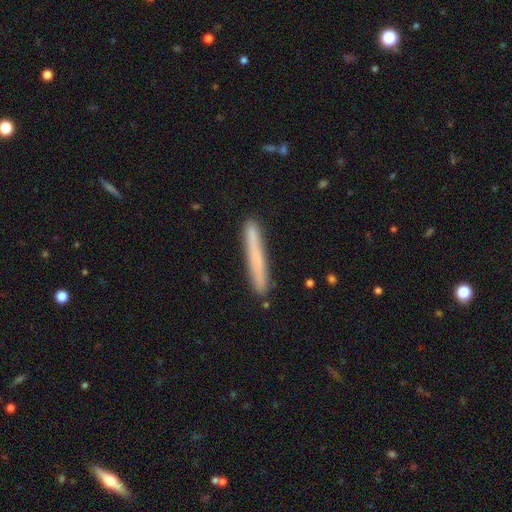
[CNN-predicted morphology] smooth 67%, featured or disk 26%, star or artifact 7%. Down the decision tree: how rounded — cigar-shaped (97%); merging — none (88%).